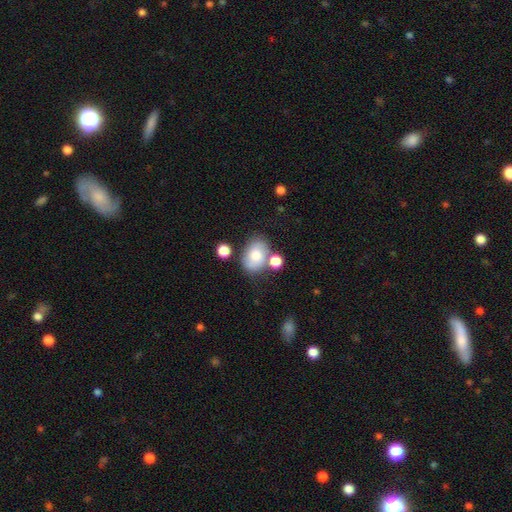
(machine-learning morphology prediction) smooth_or_featured: smooth (p=0.72) [alt: featured or disk p=0.19]
how_rounded: in between (p=0.77) [alt: round p=0.22]
merging: none (p=0.61) [alt: minor disturbance p=0.18]